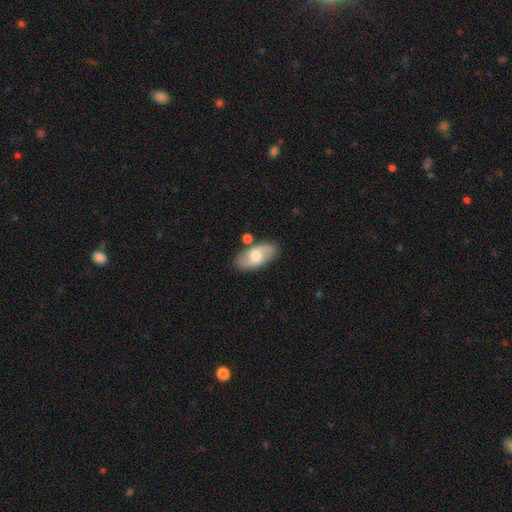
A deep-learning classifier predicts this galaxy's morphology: type=smooth (55%); roundness=in between (91%); merging=none (78%).